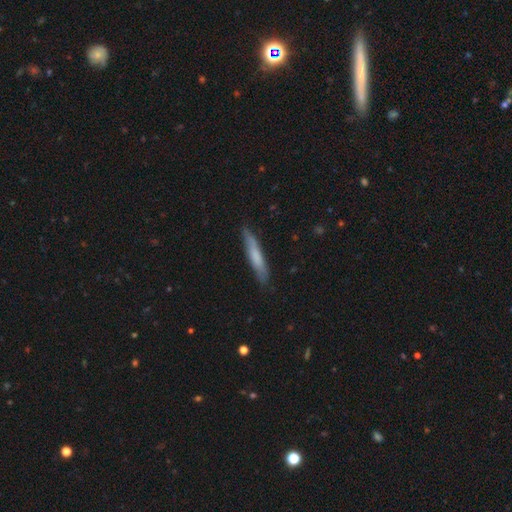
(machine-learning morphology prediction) The model was most divided on "smooth or featured": smooth: 66%, featured or disk: 29%, star or artifact: 6%. More confident: how rounded — cigar-shaped (92%); merging — none (84%).